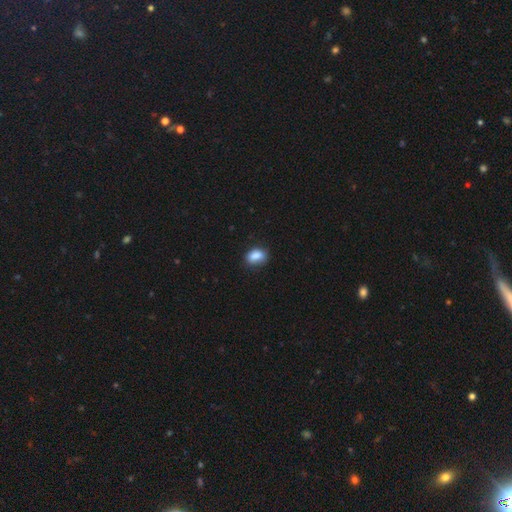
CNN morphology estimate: The model was most divided on "merging": none: 74%, minor disturbance: 21%, major disturbance: 4%, merger: 2%. More confident: smooth or featured — smooth (86%); how rounded — in between (79%).